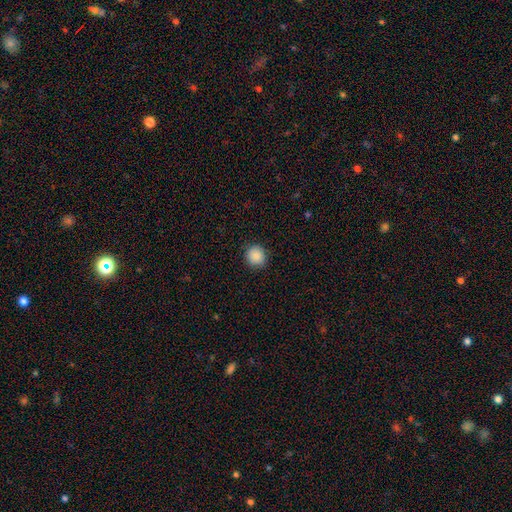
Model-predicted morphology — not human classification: smooth 87%, star or artifact 9%, featured or disk 4%. Down the decision tree: how rounded — round (90%); merging — none (90%).